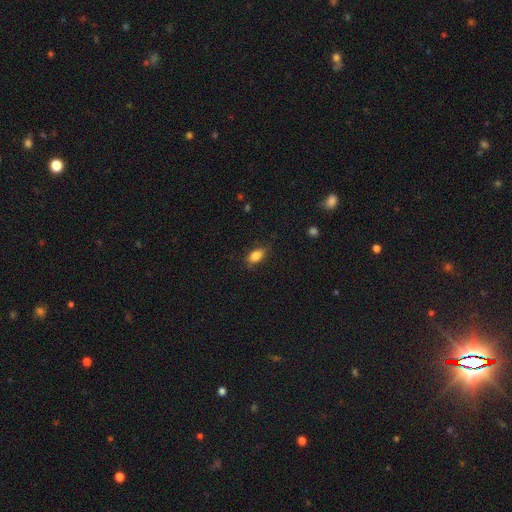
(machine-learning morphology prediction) smooth_or_featured: smooth (p=0.84) [alt: star or artifact p=0.08]
how_rounded: in between (p=0.87) [alt: round p=0.07]
merging: none (p=0.75) [alt: minor disturbance p=0.19]